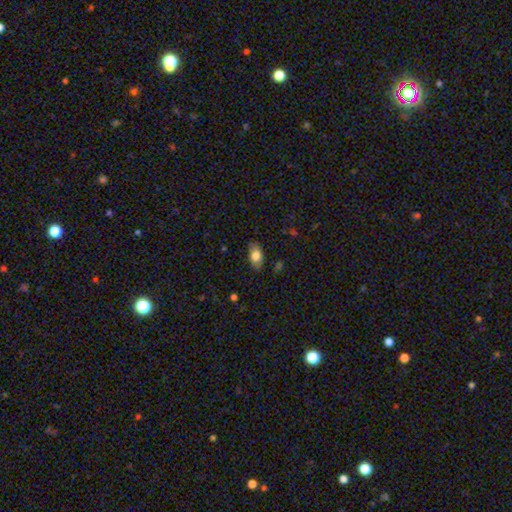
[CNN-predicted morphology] smooth-or-featured: smooth: 78% | featured or disk: 15% | star or artifact: 7%
  how-rounded: in between: 91% | round: 6% | cigar-shaped: 4%
  merging: none: 82% | minor disturbance: 14% | major disturbance: 3% | merger: 1%